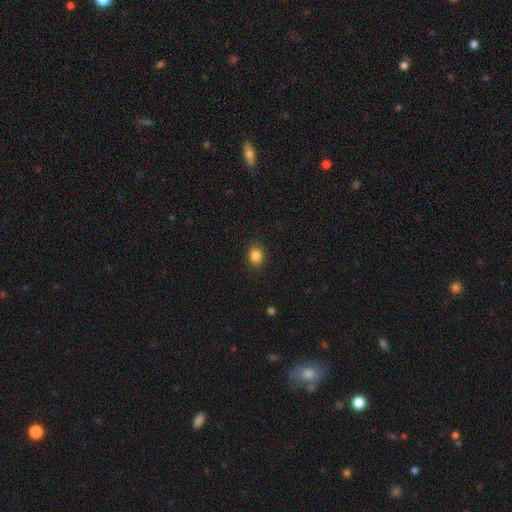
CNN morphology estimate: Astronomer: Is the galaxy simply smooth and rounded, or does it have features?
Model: smooth — 84%.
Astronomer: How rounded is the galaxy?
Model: round — 64%.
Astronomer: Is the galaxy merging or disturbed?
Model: none — 90%.